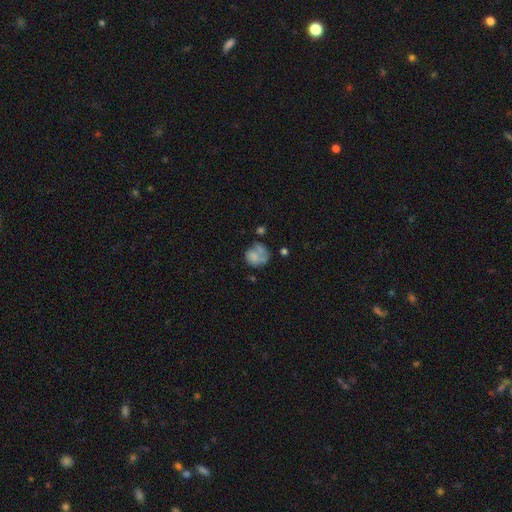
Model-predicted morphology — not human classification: smooth_or_featured: smooth (p=0.58) [alt: featured or disk p=0.33]
how_rounded: round (p=0.68) [alt: in between p=0.31]
merging: none (p=0.36) [alt: major disturbance p=0.25]